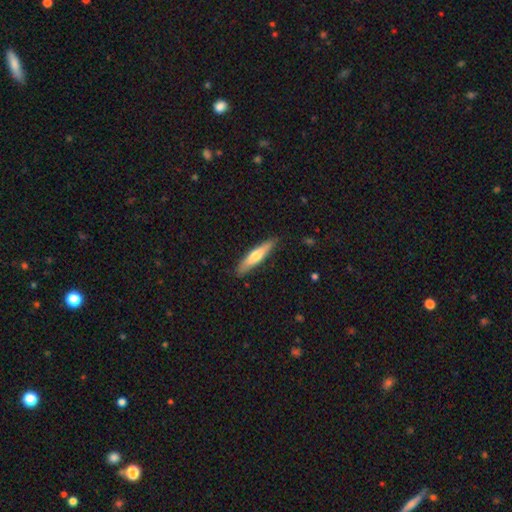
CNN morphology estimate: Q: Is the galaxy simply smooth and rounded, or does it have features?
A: smooth — 55%.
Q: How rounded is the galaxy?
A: cigar-shaped — 86%.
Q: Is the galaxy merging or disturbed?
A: none — 88%.